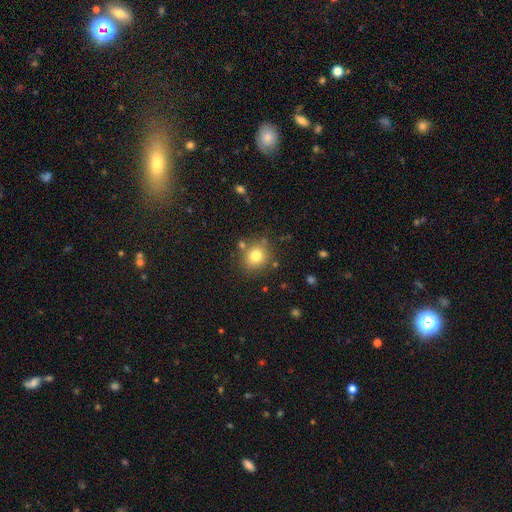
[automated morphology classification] The model was most divided on "smooth or featured": smooth: 77%, star or artifact: 12%, featured or disk: 10%. More confident: how rounded — round (83%); merging — none (79%).